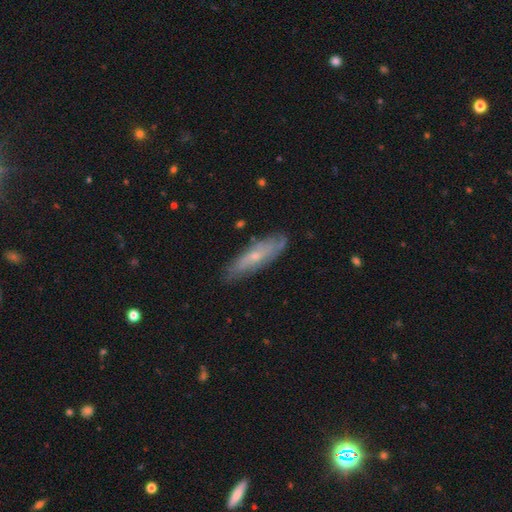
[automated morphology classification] A featured or disk galaxy (56%).

Vote fractions:
- Smooth or featured? featured or disk: 56% / smooth: 37% / star or artifact: 7%
- Edge-on disk? no: 62% / yes: 38%
- Merging? none: 78% / minor disturbance: 17% / major disturbance: 3% / merger: 2%